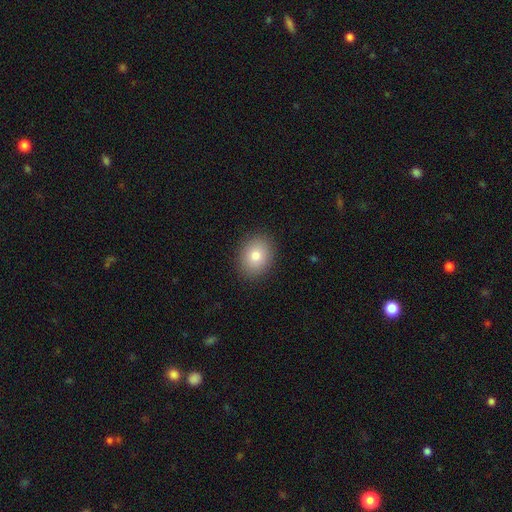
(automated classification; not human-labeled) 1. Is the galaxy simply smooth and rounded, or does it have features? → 79% smooth, 11% featured or disk, 10% star or artifact.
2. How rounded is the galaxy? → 54% round, 45% in between, 1% cigar-shaped.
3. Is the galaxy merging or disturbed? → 89% none, 8% minor disturbance, 2% major disturbance, 1% merger.